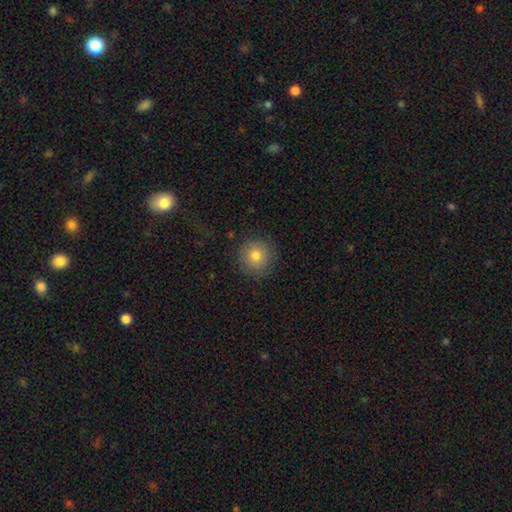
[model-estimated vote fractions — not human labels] smooth 79%, featured or disk 11%, star or artifact 10%. Down the decision tree: how rounded — round (94%); merging — none (86%).